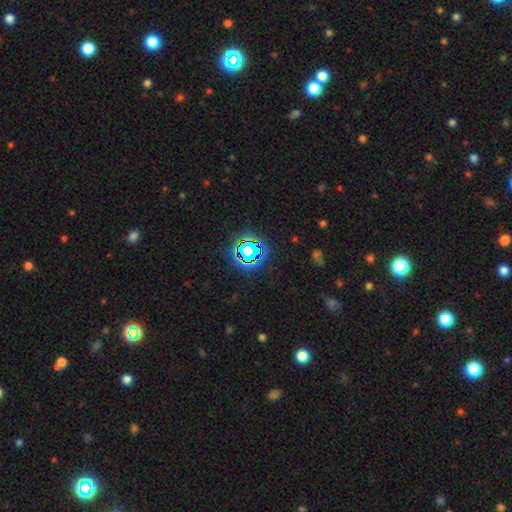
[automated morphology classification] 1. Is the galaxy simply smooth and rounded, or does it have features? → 76% star or artifact, 16% smooth, 8% featured or disk.